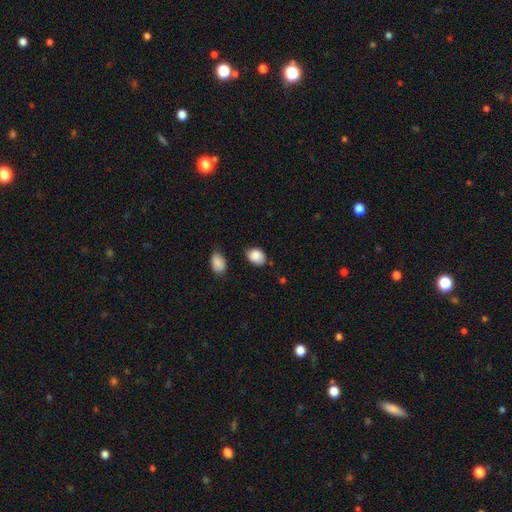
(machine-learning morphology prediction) Smooth or featured: smooth — 87% (star or artifact — 7%)
How rounded: in between — 74% (round — 25%)
Merging: none — 70% (minor disturbance — 23%)